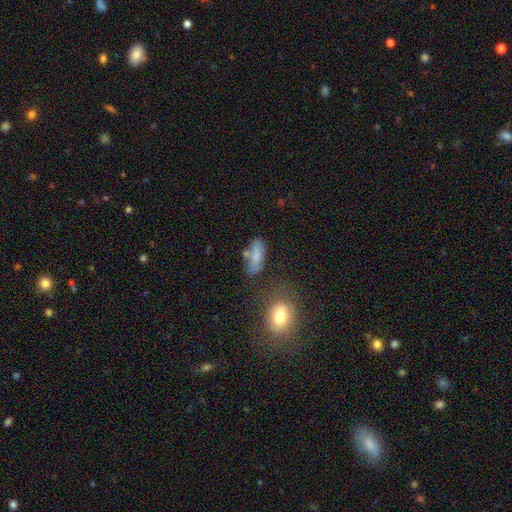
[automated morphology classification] Smooth or featured?
  - smooth: 75% *
  - featured or disk: 15%
  - star or artifact: 10%
How rounded?
  - in between: 68% *
  - cigar-shaped: 28%
  - round: 4%
Merging?
  - none: 56% *
  - minor disturbance: 21%
  - merger: 14%
  - major disturbance: 9%